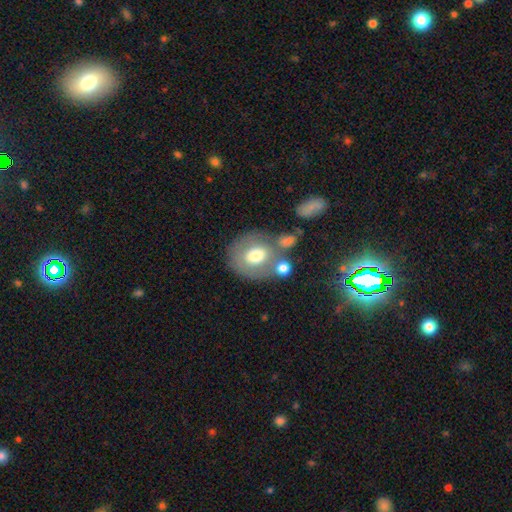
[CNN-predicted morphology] smooth_or_featured: smooth (p=0.62) [alt: featured or disk p=0.30]
how_rounded: round (p=0.63) [alt: in between p=0.36]
merging: none (p=0.53) [alt: merger p=0.21]